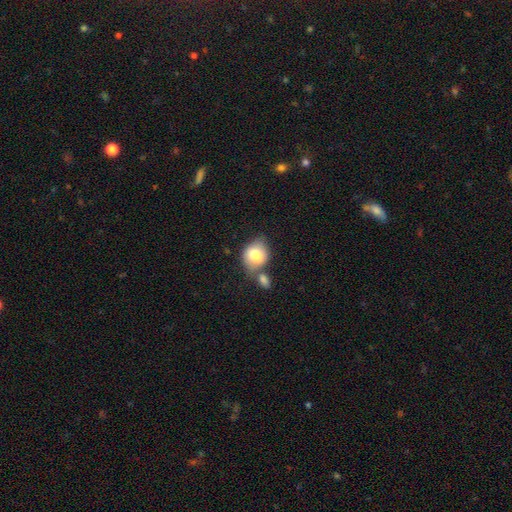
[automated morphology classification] Smooth or featured? smooth (77%)
How rounded? round (50%)
Merging? none (41%)